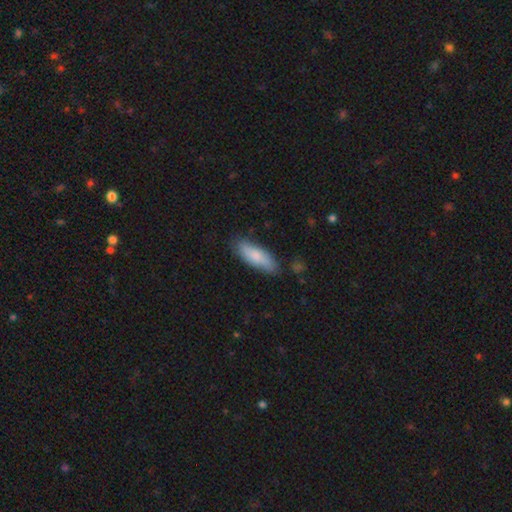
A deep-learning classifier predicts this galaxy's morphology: Smooth or featured? smooth (78%)
How rounded? in between (58%)
Merging? none (78%)